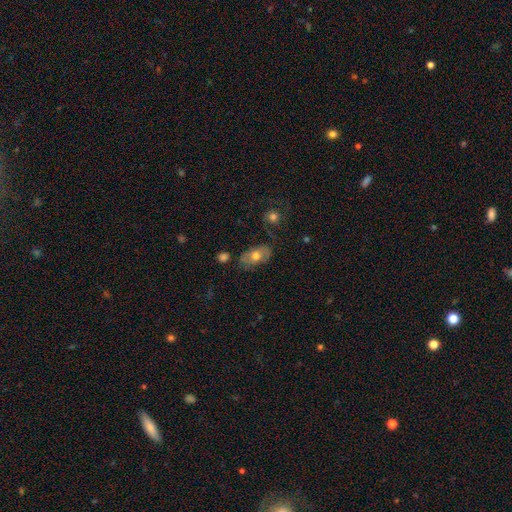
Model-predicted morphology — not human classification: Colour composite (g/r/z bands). It shows a smooth galaxy with no disk features (61%) that is in between round and cigar-shaped (89%). Merging: none (71%).